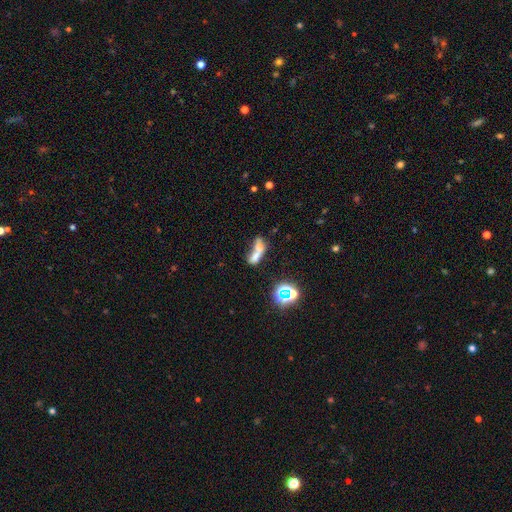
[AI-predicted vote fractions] Smooth or featured: smooth — 54% (featured or disk — 28%)
How rounded: in between — 63% (cigar-shaped — 23%)
Merging: merger — 63% (none — 18%)